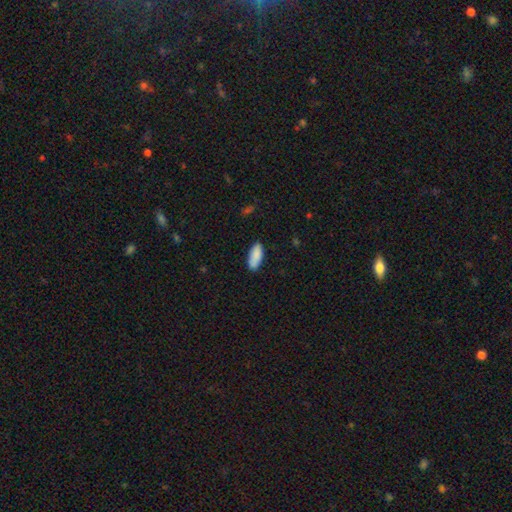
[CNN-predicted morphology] Overall: smooth (88%). How rounded: in between (83%). Merging: none (81%).